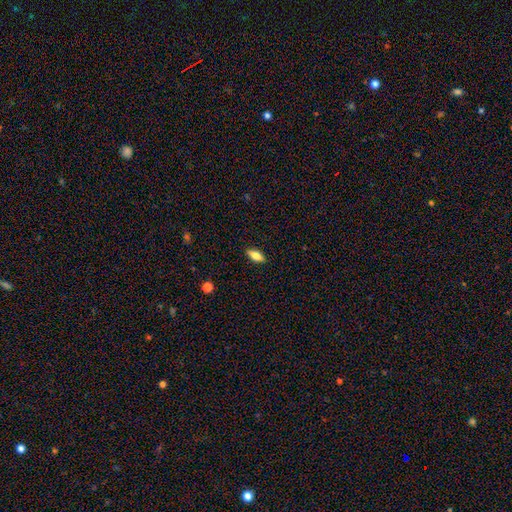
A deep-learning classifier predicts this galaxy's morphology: Smooth or featured?
  - smooth: 66% *
  - featured or disk: 26%
  - star or artifact: 7%
How rounded?
  - in between: 78% *
  - cigar-shaped: 19%
  - round: 3%
Merging?
  - none: 88% *
  - minor disturbance: 9%
  - major disturbance: 2%
  - merger: 1%